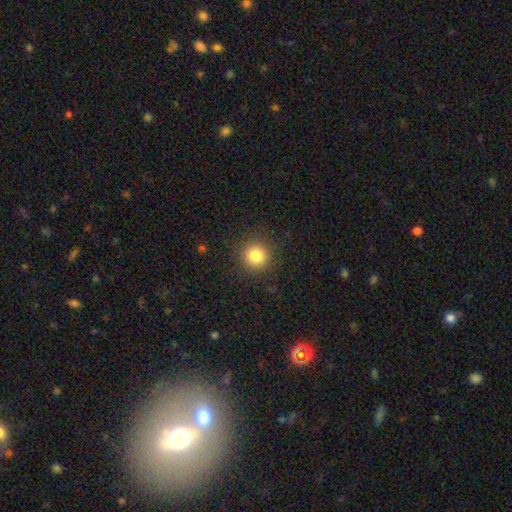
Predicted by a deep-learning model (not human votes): Smooth or featured?
  - smooth: 83% *
  - star or artifact: 11%
  - featured or disk: 6%
How rounded?
  - round: 94% *
  - in between: 5%
  - cigar-shaped: 1%
Merging?
  - none: 90% *
  - minor disturbance: 6%
  - major disturbance: 3%
  - merger: 1%